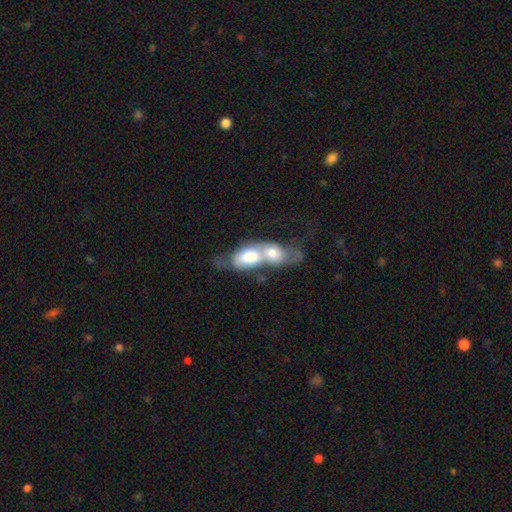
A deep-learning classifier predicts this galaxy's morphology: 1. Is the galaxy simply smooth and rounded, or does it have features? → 53% smooth, 38% featured or disk, 9% star or artifact.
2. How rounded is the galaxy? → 70% in between, 16% round, 14% cigar-shaped.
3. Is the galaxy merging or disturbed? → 80% merger, 9% none, 7% major disturbance, 5% minor disturbance.